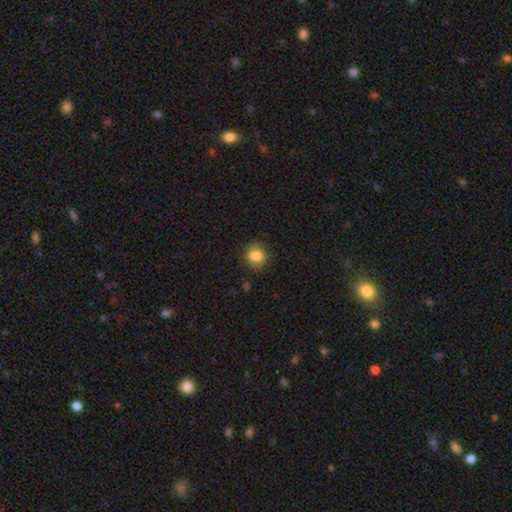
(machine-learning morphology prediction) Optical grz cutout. It shows a smooth galaxy with no disk features (83%) that is round (76%). Merging: none (82%).